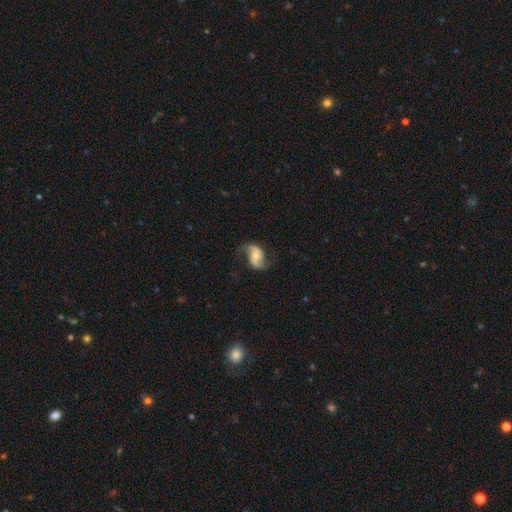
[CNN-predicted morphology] Smooth or featured? Predicted: featured or disk (p=0.82). Edge-on disk? Predicted: no (p=0.97). Bar? Predicted: no (p=0.52). Spiral arms? Predicted: yes (p=0.95). Spiral winding? Predicted: loose (p=0.56). Spiral arm count? Predicted: 2 (p=0.92). Bulge size? Predicted: moderate (p=0.51). Merging? Predicted: none (p=0.72).